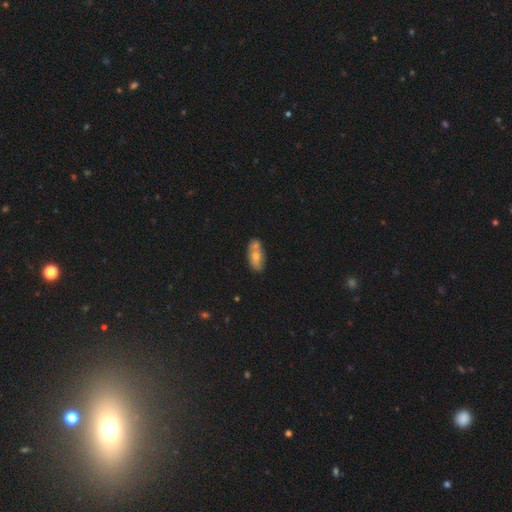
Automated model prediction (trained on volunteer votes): Morphology: type=smooth (66%); roundness=in between (85%); merging=none (55%).